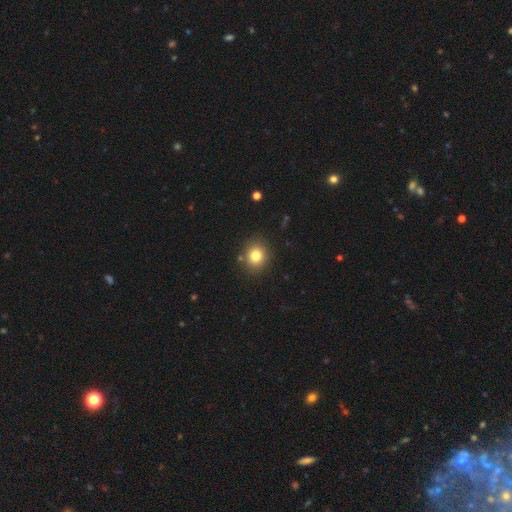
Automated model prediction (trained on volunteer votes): smooth-or-featured: smooth: 81% | star or artifact: 11% | featured or disk: 8%
  how-rounded: round: 78% | in between: 21% | cigar-shaped: 1%
  merging: none: 86% | minor disturbance: 9% | merger: 3% | major disturbance: 3%